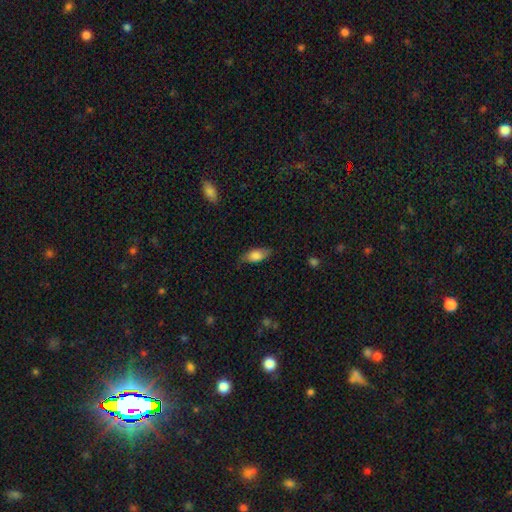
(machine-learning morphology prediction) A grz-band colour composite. It shows a smooth galaxy with no disk features (74%) that is in between round and cigar-shaped (82%). Merging: none (72%).